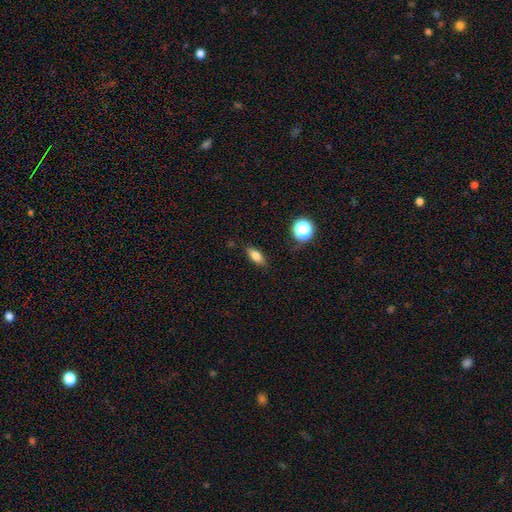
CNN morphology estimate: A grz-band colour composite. It shows a smooth galaxy with no disk features (77%) that is in between round and cigar-shaped (75%). Merging: none (84%).